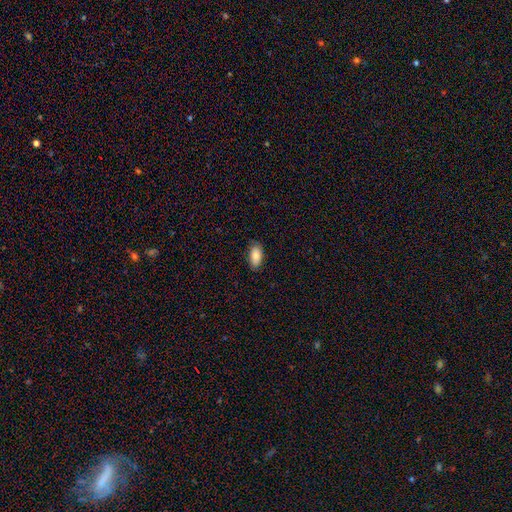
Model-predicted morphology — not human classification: Smooth or featured?
  - smooth: 85% *
  - featured or disk: 9%
  - star or artifact: 7%
How rounded?
  - in between: 92% *
  - cigar-shaped: 5%
  - round: 3%
Merging?
  - none: 83% *
  - minor disturbance: 13%
  - major disturbance: 2%
  - merger: 1%